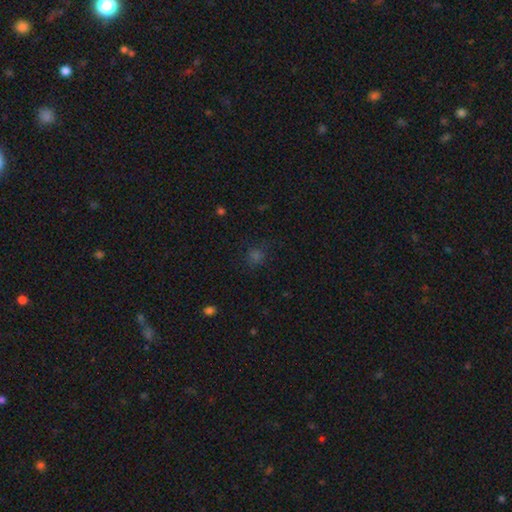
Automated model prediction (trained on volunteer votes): Q: Smooth or featured?
A: smooth (57%); runner-up: star or artifact (36%)
Q: How rounded?
A: round (83%); runner-up: in between (15%)
Q: Merging?
A: none (82%); runner-up: minor disturbance (11%)